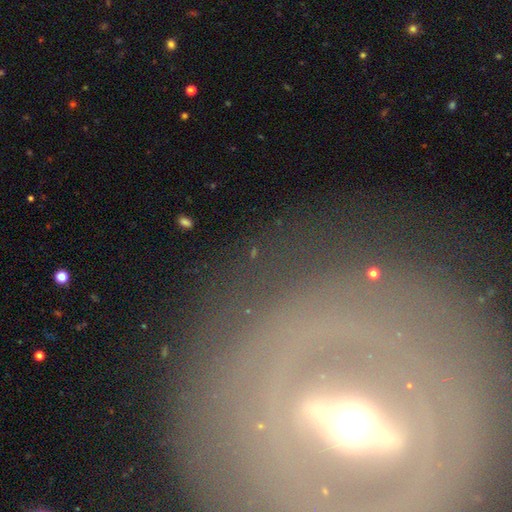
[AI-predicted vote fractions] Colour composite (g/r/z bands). It shows a featured or disk galaxy (70%) with a strong bar (54%), no spiral arms (58%) and a moderate central bulge (61%). Merging: none (74%).